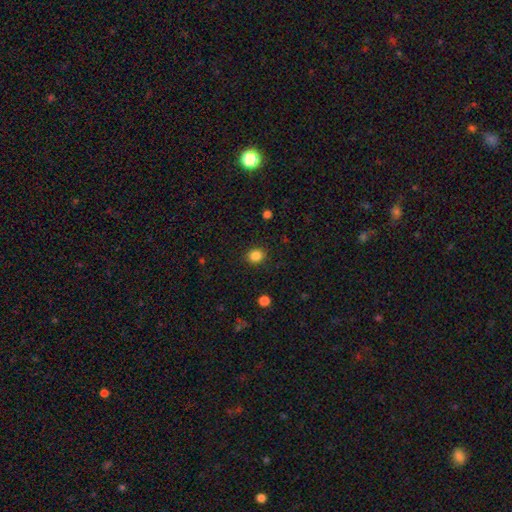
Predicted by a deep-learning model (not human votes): Smooth or featured? Predicted: smooth (p=0.85). How rounded? Predicted: round (p=0.76). Merging? Predicted: none (p=0.90).